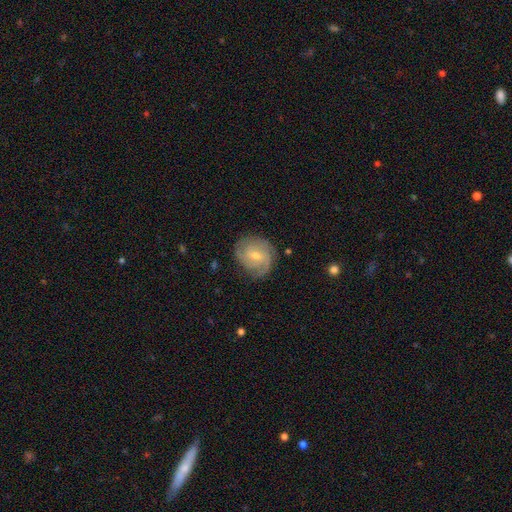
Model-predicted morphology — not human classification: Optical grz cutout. It shows a featured or disk galaxy (72%) with a weak bar (53%), tight (54%) spiral arms (92%) and a small central bulge (50%). Merging: none (74%).